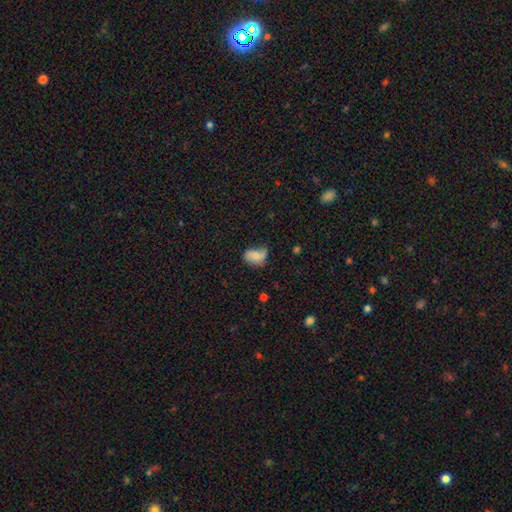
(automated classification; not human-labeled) smooth 57%, featured or disk 34%, star or artifact 9%. Down the decision tree: how rounded — in between (81%); merging — none (42%).